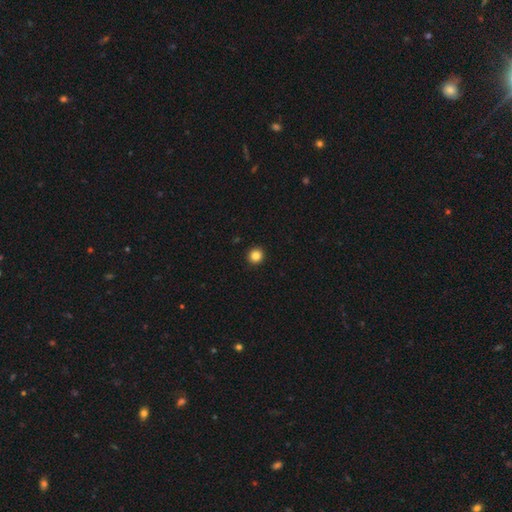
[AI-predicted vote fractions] Q: Smooth or featured?
A: smooth (85%); runner-up: star or artifact (11%)
Q: How rounded?
A: round (95%); runner-up: in between (4%)
Q: Merging?
A: none (94%); runner-up: minor disturbance (4%)